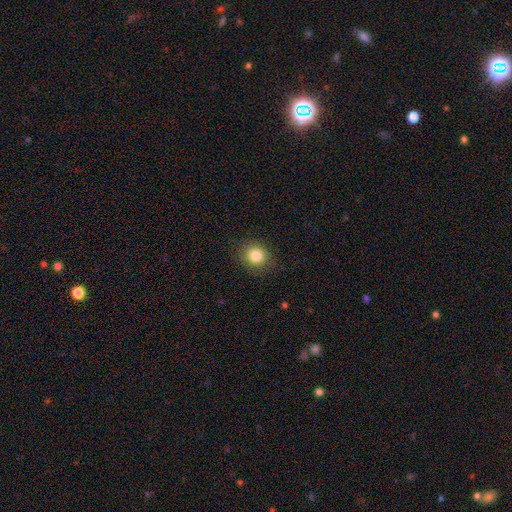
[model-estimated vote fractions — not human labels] Overall: smooth (83%). How rounded: round (77%). Merging: none (86%).